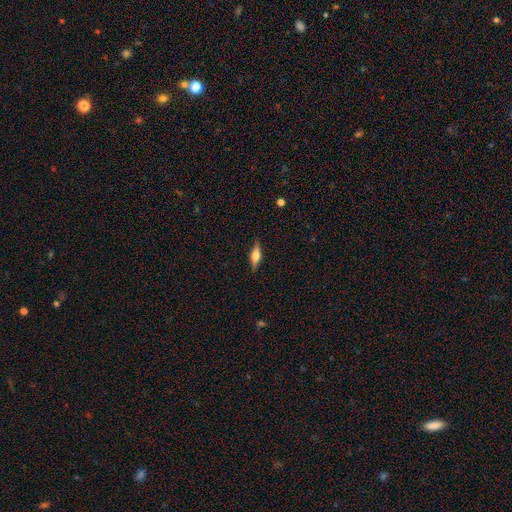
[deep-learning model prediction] Smooth or featured?
  - featured or disk: 54% *
  - smooth: 40%
  - star or artifact: 7%
Edge-on disk?
  - yes: 95% *
  - no: 5%
Edge-on bulge?
  - rounded: 91% *
  - boxy: 7%
  - none: 2%
Merging?
  - none: 88% *
  - minor disturbance: 9%
  - major disturbance: 2%
  - merger: 1%